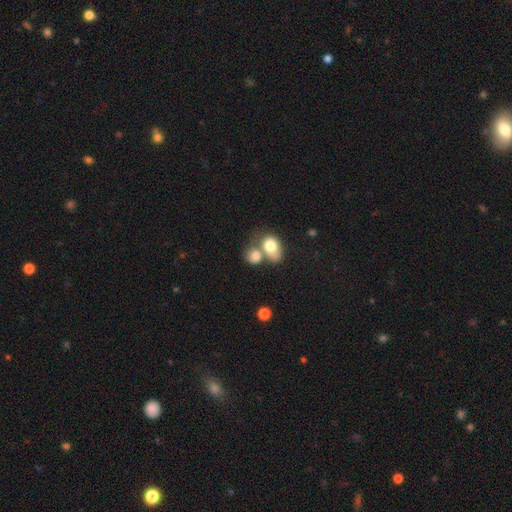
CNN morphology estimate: Q: Smooth or featured?
A: smooth (77%); runner-up: featured or disk (15%)
Q: How rounded?
A: in between (52%); runner-up: round (46%)
Q: Merging?
A: merger (59%); runner-up: none (25%)